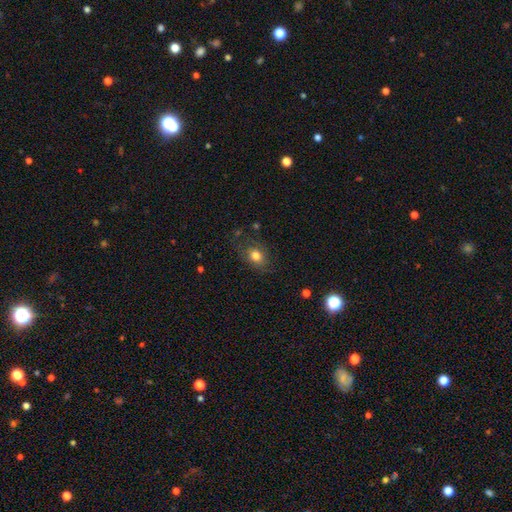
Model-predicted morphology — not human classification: Q: Smooth or featured?
A: smooth (71%); runner-up: featured or disk (19%)
Q: How rounded?
A: in between (64%); runner-up: round (34%)
Q: Merging?
A: none (65%); runner-up: minor disturbance (21%)